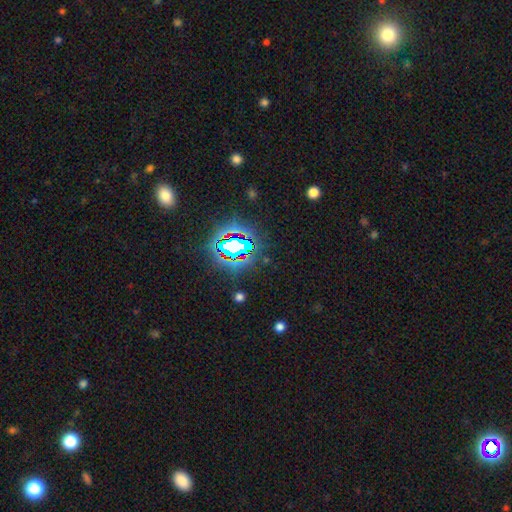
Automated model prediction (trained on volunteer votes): Smooth or featured: star or artifact — 80% (smooth — 12%)